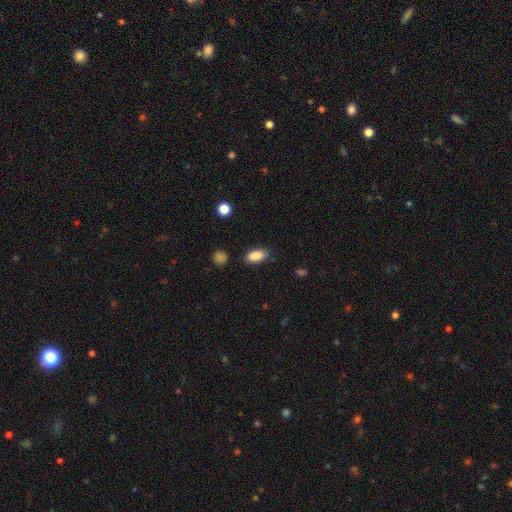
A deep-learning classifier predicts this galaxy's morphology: Smooth or featured? Predicted: smooth (p=0.88). How rounded? Predicted: in between (p=0.90). Merging? Predicted: none (p=0.85).